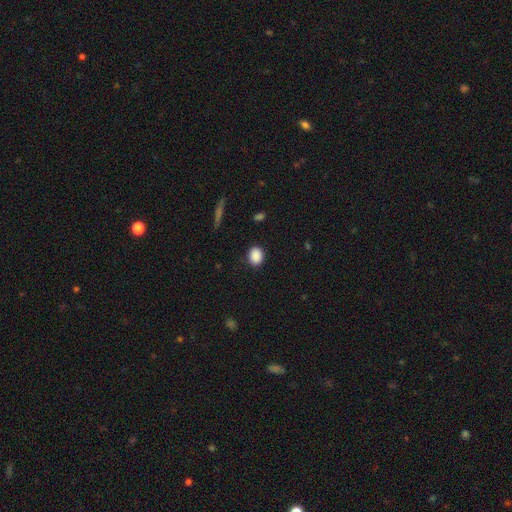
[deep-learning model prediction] smooth 89%, star or artifact 8%, featured or disk 3%. Down the decision tree: how rounded — in between (51%); merging — none (86%).